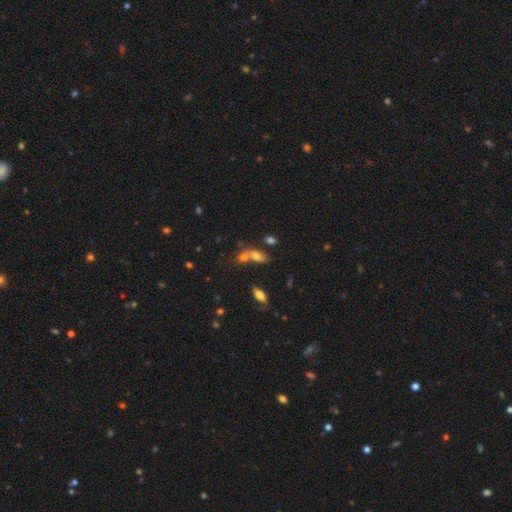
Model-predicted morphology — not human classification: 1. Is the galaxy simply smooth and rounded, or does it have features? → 65% smooth, 20% featured or disk, 15% star or artifact.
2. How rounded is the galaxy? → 76% in between, 12% cigar-shaped, 12% round.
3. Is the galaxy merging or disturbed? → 50% merger, 33% none, 11% minor disturbance, 6% major disturbance.